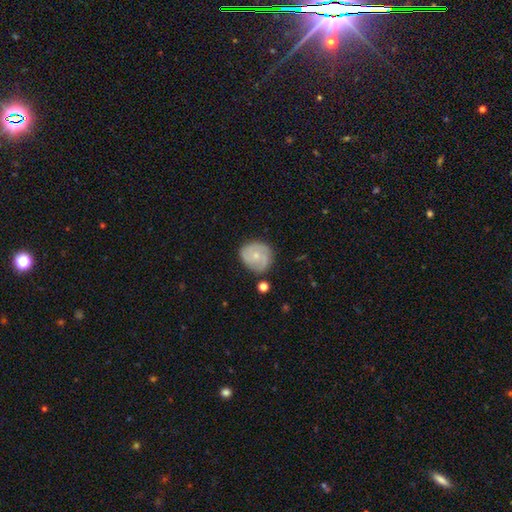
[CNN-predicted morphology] Smooth or featured: featured or disk — 53% (smooth — 40%)
Edge-on disk: no — 97% (yes — 3%)
Bar: no — 77% (weak — 20%)
Spiral arms: yes — 83% (no — 17%)
Bulge size: small — 66% (moderate — 28%)
Merging: none — 74% (minor disturbance — 18%)